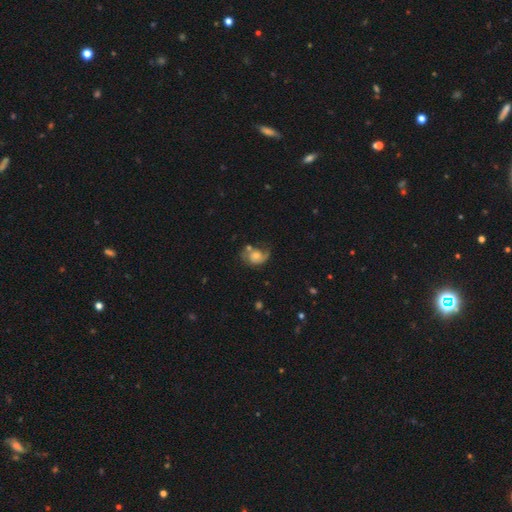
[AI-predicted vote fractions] This appears to be a featured or disk galaxy (66%) with no bar (71%), 2 (67%) medium (43%) spiral arms (88%) and a moderate central bulge (54%). Merging: none (46%).